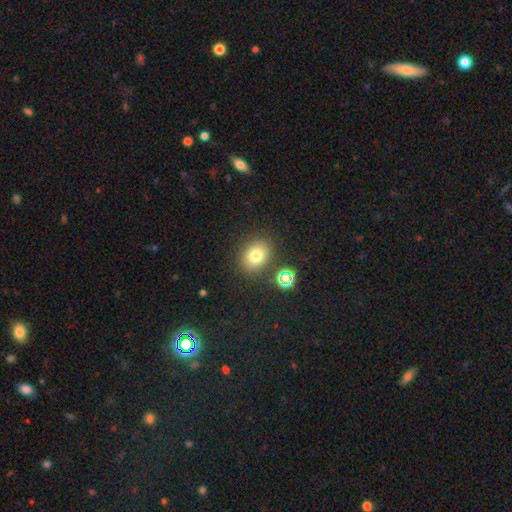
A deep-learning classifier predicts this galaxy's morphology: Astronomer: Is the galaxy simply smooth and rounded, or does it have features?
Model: smooth — 75%.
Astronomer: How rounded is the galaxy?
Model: round — 53% (runner-up: in between, 46%).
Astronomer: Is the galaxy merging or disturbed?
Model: none — 83%.